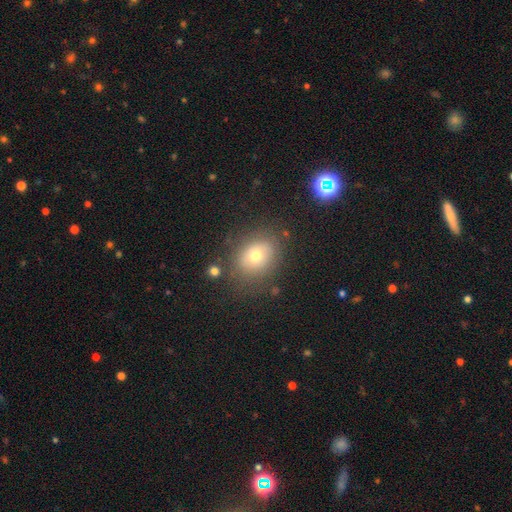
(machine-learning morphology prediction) Smooth or featured? Predicted: smooth (p=0.66). How rounded? Predicted: in between (p=0.54). Merging? Predicted: none (p=0.76).